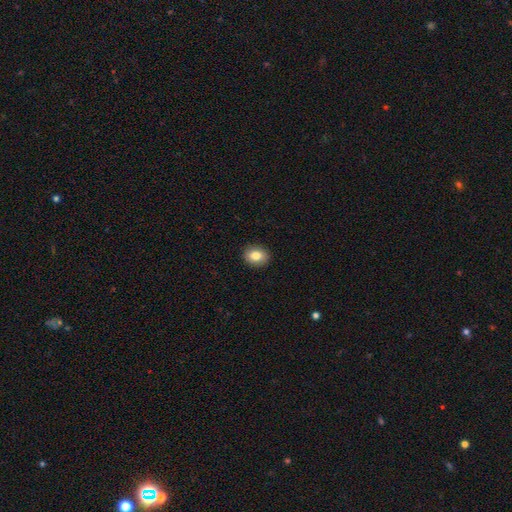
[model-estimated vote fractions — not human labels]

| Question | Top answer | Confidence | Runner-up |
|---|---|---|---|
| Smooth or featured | smooth | 83% | featured or disk (9%) |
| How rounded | in between | 52% | round (47%) |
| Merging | none | 91% | minor disturbance (7%) |